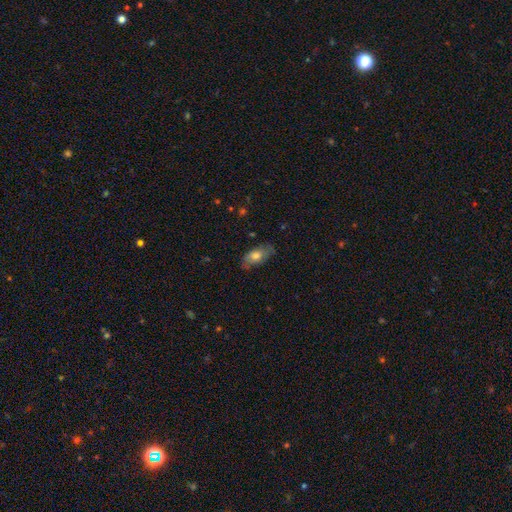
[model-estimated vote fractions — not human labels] This is likely a smooth galaxy (64%). How rounded: clearly in between (86%). Merging: likely none (71%).